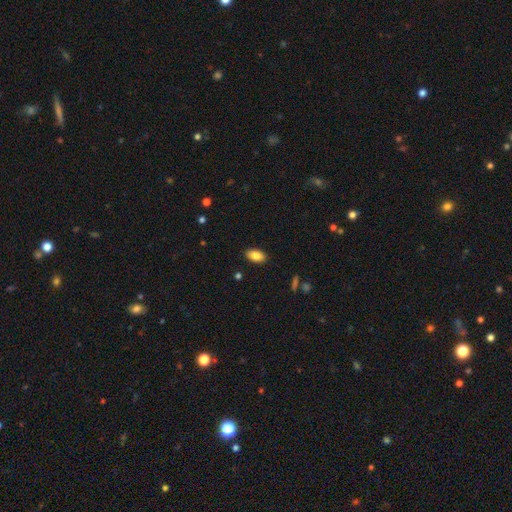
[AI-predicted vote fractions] Overall: smooth (86%). How rounded: in between (93%). Merging: none (89%).